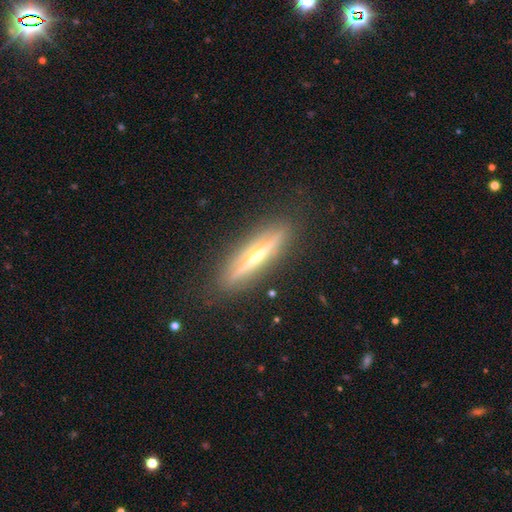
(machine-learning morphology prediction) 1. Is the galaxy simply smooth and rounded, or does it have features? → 77% featured or disk, 16% smooth, 7% star or artifact.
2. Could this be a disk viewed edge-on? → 95% yes, 5% no.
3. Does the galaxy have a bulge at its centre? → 84% rounded, 12% none, 4% boxy.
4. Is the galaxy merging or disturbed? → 88% none, 9% minor disturbance, 2% major disturbance, 1% merger.